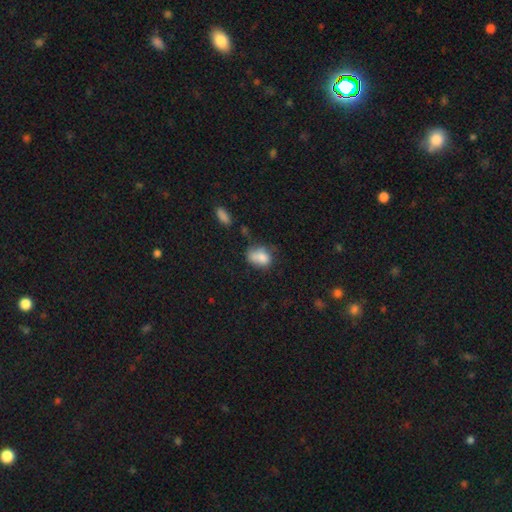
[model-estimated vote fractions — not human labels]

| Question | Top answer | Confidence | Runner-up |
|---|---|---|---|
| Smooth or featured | smooth | 74% | featured or disk (15%) |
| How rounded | in between | 68% | round (30%) |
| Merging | none | 33% | minor disturbance (28%) |